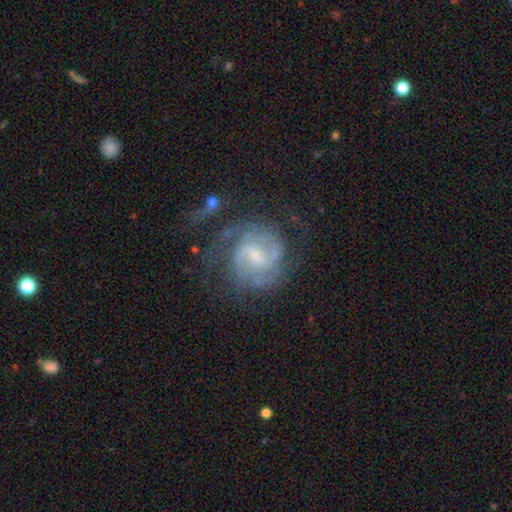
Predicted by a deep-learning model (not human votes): Smooth or featured: featured or disk — 84% (smooth — 10%)
Edge-on disk: no — 98% (yes — 2%)
Bar: weak — 60% (strong — 20%)
Spiral arms: yes — 95% (no — 5%)
Spiral winding: medium — 46% (tight — 40%)
Spiral arm count: 2 — 65% (can't tell — 16%)
Bulge size: small — 51% (moderate — 33%)
Merging: none — 61% (major disturbance — 18%)